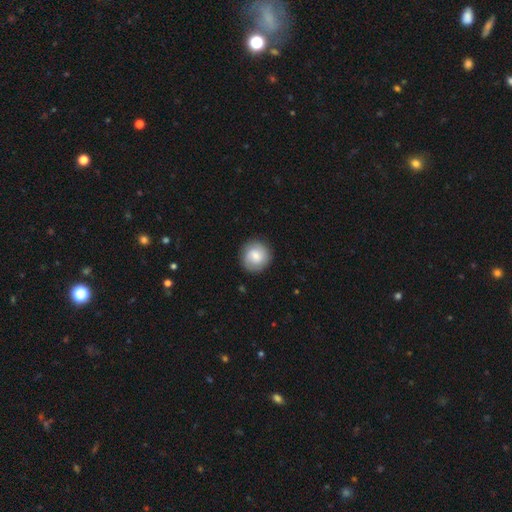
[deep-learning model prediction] Morphology: type=smooth (61%); roundness=round (90%); merging=none (87%).